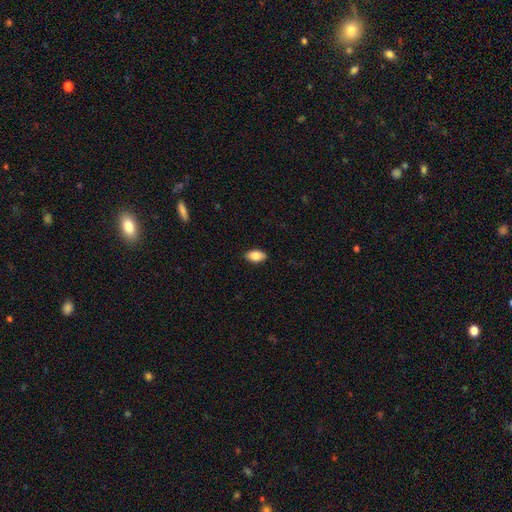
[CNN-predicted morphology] Q: Smooth or featured?
A: smooth (86%); runner-up: star or artifact (7%)
Q: How rounded?
A: in between (92%); runner-up: round (5%)
Q: Merging?
A: none (88%); runner-up: minor disturbance (9%)